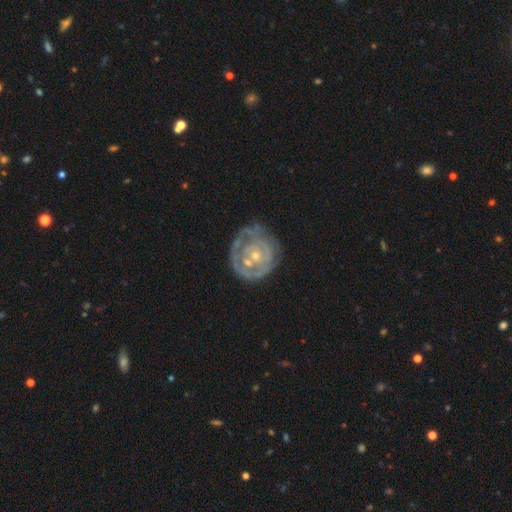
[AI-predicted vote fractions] Q: Smooth or featured?
A: featured or disk (76%); runner-up: smooth (18%)
Q: Edge-on disk?
A: no (97%); runner-up: yes (3%)
Q: Bar?
A: no (80%); runner-up: weak (16%)
Q: Spiral arms?
A: yes (65%); runner-up: no (35%)
Q: Bulge size?
A: small (62%); runner-up: moderate (33%)
Q: Merging?
A: none (59%); runner-up: minor disturbance (23%)